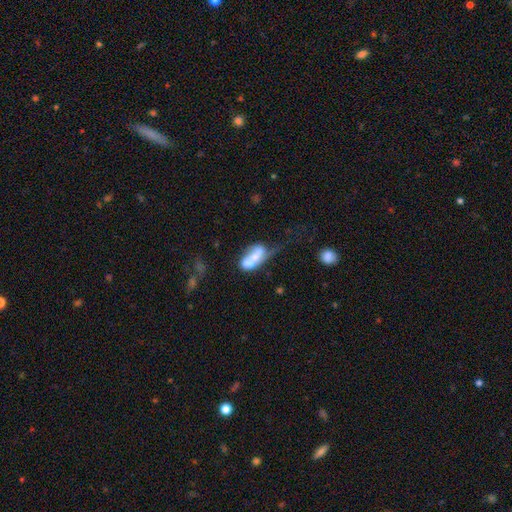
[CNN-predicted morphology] smooth 52%, featured or disk 38%, star or artifact 9%. Down the decision tree: how rounded — in between (81%); merging — merger (46%).